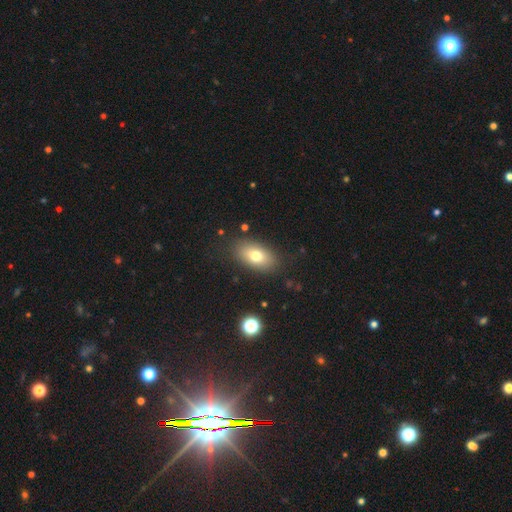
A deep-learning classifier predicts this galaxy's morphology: Q: Smooth or featured?
A: smooth (74%); runner-up: featured or disk (17%)
Q: How rounded?
A: in between (89%); runner-up: round (8%)
Q: Merging?
A: none (85%); runner-up: minor disturbance (10%)